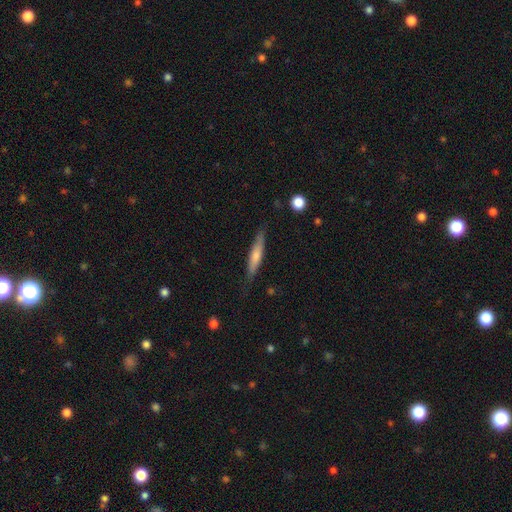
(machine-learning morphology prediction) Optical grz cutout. It shows a featured or disk galaxy (52%) viewed edge-on (92%). Merging: none (83%).